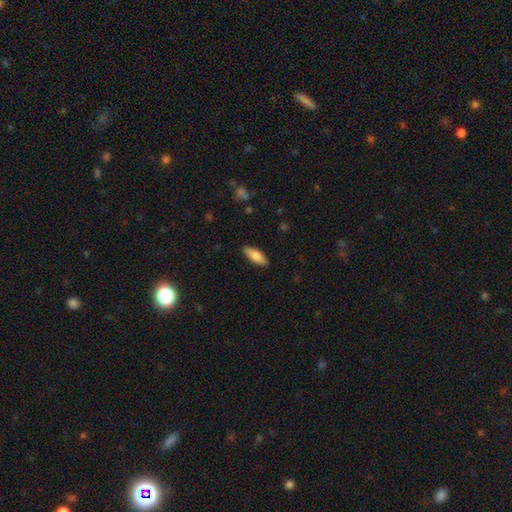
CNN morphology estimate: Q: Smooth or featured?
A: smooth (81%); runner-up: featured or disk (13%)
Q: How rounded?
A: in between (65%); runner-up: cigar-shaped (33%)
Q: Merging?
A: none (88%); runner-up: minor disturbance (9%)